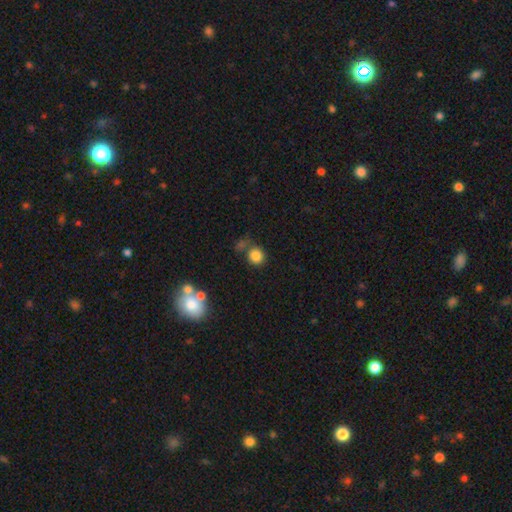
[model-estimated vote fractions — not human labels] Overall: smooth (82%). How rounded: round (85%). Merging: none (62%).